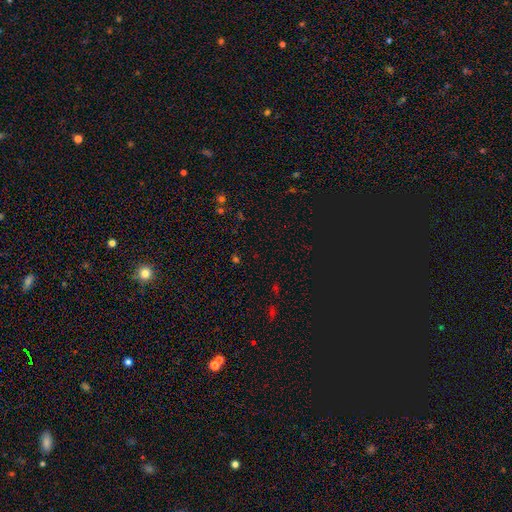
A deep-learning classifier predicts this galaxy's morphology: star or artifact 59%, smooth 33%, featured or disk 8%.